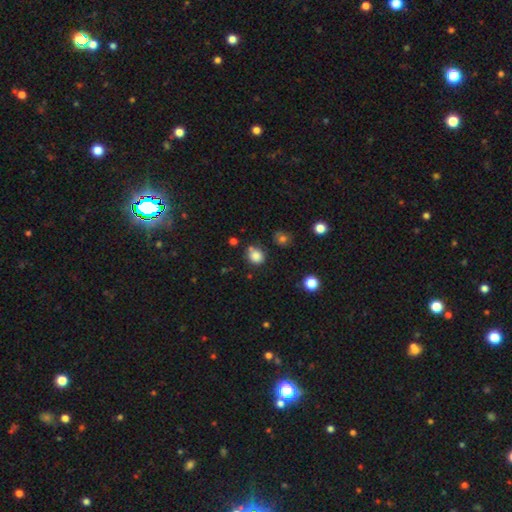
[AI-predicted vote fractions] smooth_or_featured: smooth (p=0.82) [alt: star or artifact p=0.13]
how_rounded: round (p=0.79) [alt: in between p=0.20]
merging: none (p=0.71) [alt: minor disturbance p=0.16]